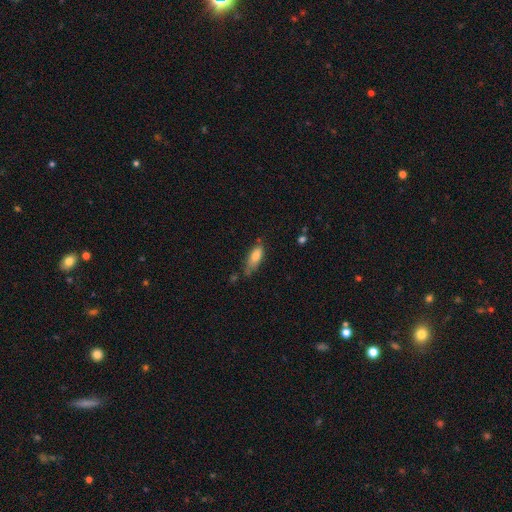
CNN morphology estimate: smooth-or-featured: smooth: 78% | featured or disk: 15% | star or artifact: 7%
  how-rounded: in between: 68% | cigar-shaped: 29% | round: 3%
  merging: none: 48% | minor disturbance: 36% | major disturbance: 11% | merger: 6%